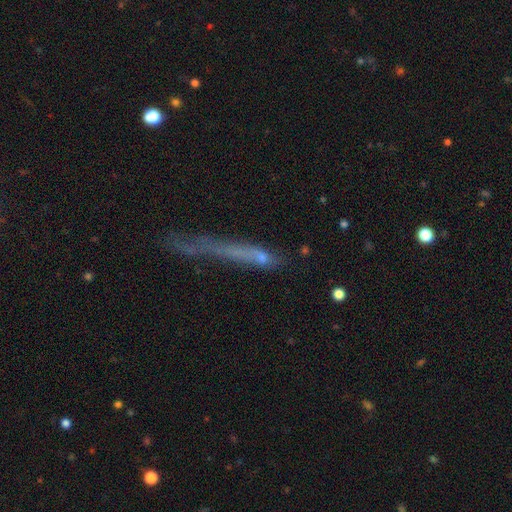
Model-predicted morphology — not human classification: This appears to be a smooth galaxy with no disk features (46%). Merging: none (37%).